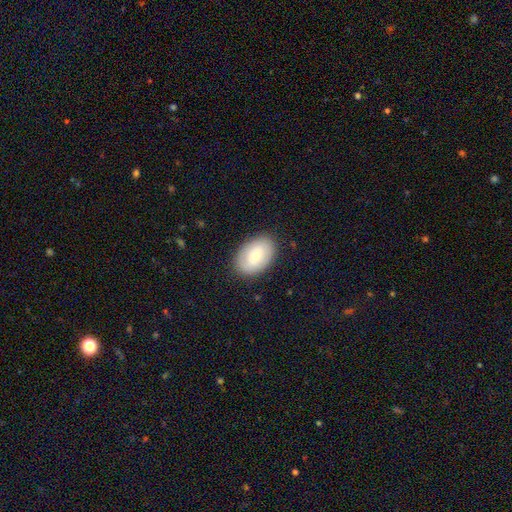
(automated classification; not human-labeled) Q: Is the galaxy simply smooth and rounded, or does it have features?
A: smooth — 64%.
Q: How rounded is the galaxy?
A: in between — 85%.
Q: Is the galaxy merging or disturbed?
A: none — 86%.